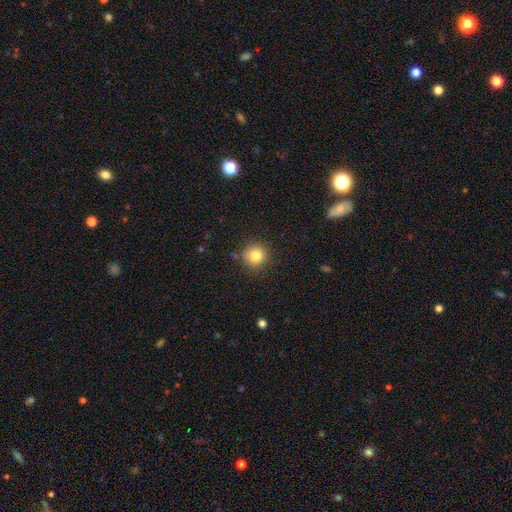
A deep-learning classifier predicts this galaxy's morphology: type=smooth (82%); roundness=round (93%); merging=none (85%).